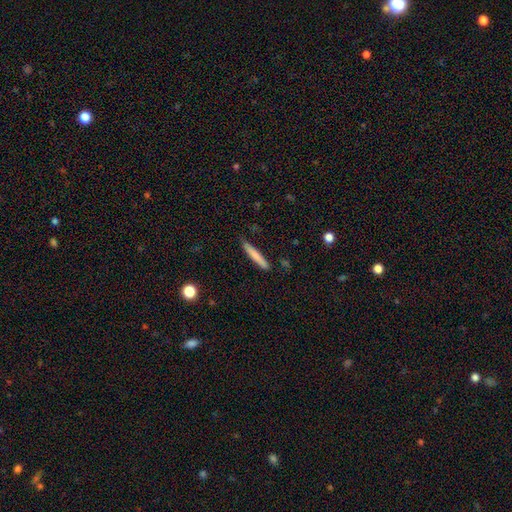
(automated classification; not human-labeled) This appears to be a smooth galaxy with no disk features (73%) that is cigar-shaped (94%). Merging: none (84%).